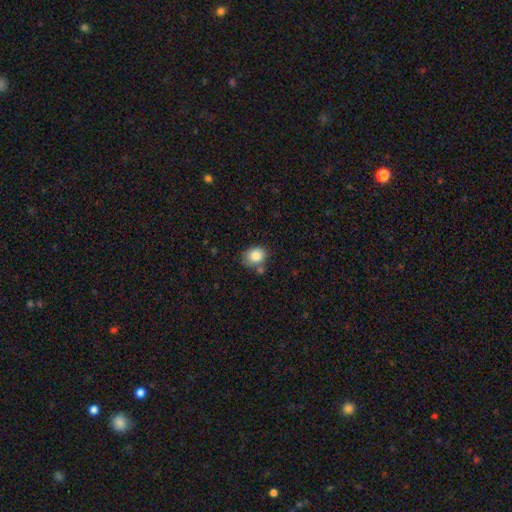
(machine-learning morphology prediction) type=smooth (85%); roundness=in between (52%); merging=none (64%).